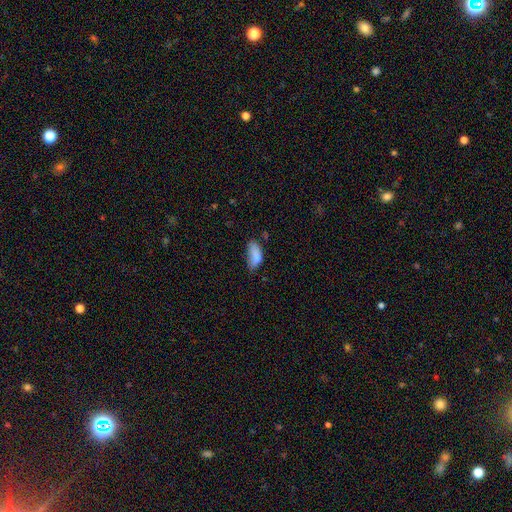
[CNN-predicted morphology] Smooth or featured? Predicted: smooth (p=0.78). How rounded? Predicted: in between (p=0.87). Merging? Predicted: minor disturbance (p=0.38).